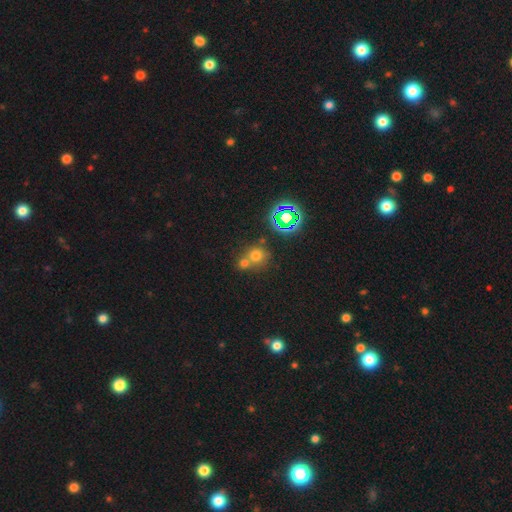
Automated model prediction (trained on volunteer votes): smooth-or-featured: smooth: 63% | star or artifact: 26% | featured or disk: 10%
  how-rounded: round: 85% | in between: 14% | cigar-shaped: 1%
  merging: none: 47% | merger: 43% | minor disturbance: 7% | major disturbance: 3%